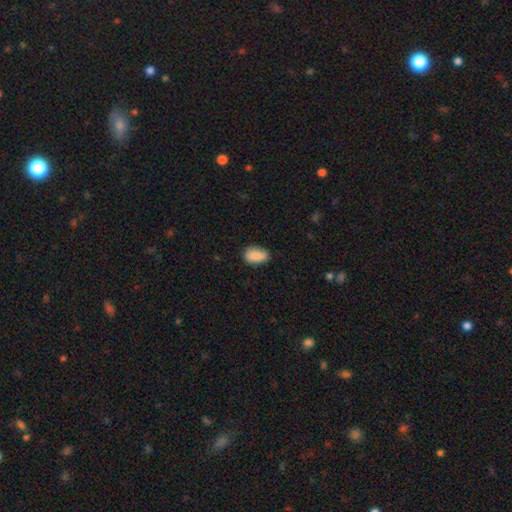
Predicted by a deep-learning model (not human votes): smooth-or-featured: smooth: 86% | star or artifact: 7% | featured or disk: 7%
  how-rounded: in between: 90% | round: 8% | cigar-shaped: 3%
  merging: none: 75% | minor disturbance: 20% | major disturbance: 3% | merger: 1%